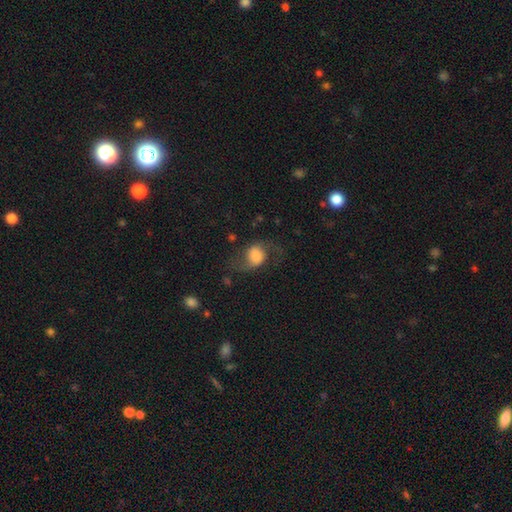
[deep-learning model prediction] smooth-or-featured: featured or disk: 54% | smooth: 37% | star or artifact: 9%
  disk-edge-on: no: 96% | yes: 4%
    bar: no: 57% | weak: 34% | strong: 9%
    has-spiral-arms: yes: 91% | no: 9%
    bulge-size: large: 37% | dominant: 22% | moderate: 20% | small: 12% | none: 9%
  merging: none: 61% | minor disturbance: 19% | major disturbance: 18% | merger: 2%